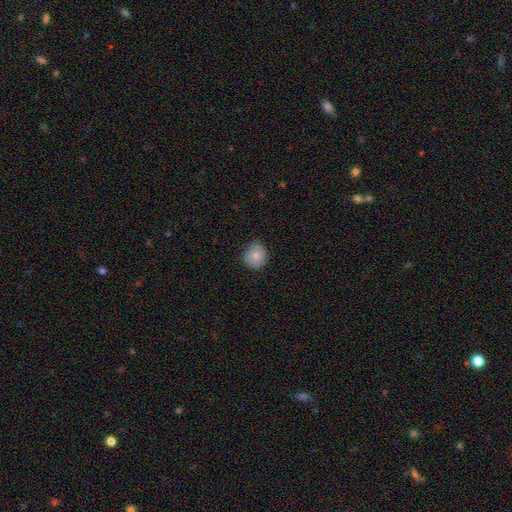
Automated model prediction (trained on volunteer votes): A smooth galaxy with no disk features (80%) that is round (78%). Merging: none (75%).